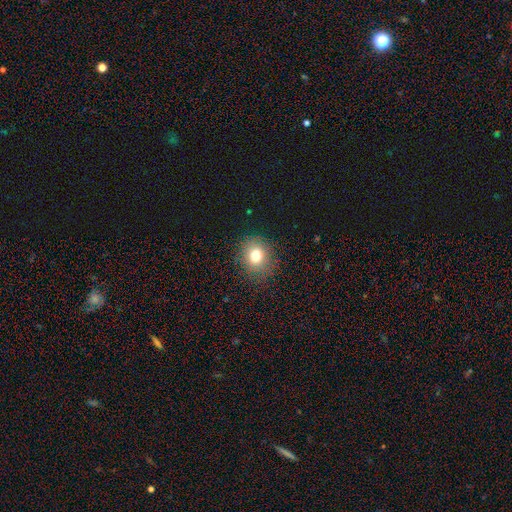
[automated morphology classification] Smooth or featured? smooth (78%)
How rounded? round (70%)
Merging? none (86%)